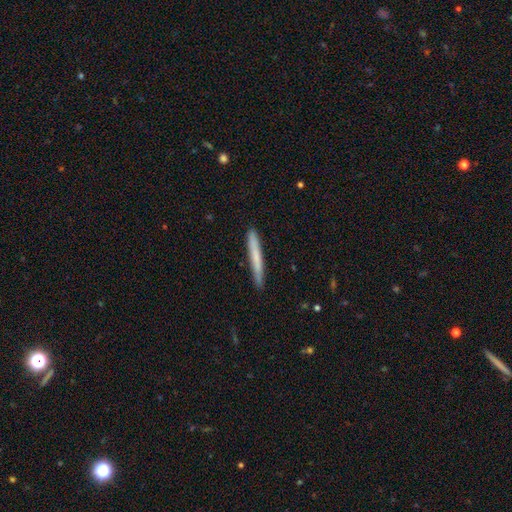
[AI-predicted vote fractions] smooth_or_featured: smooth (p=0.67) [alt: featured or disk p=0.28]
how_rounded: cigar-shaped (p=0.97) [alt: in between p=0.02]
merging: none (p=0.87) [alt: minor disturbance p=0.10]